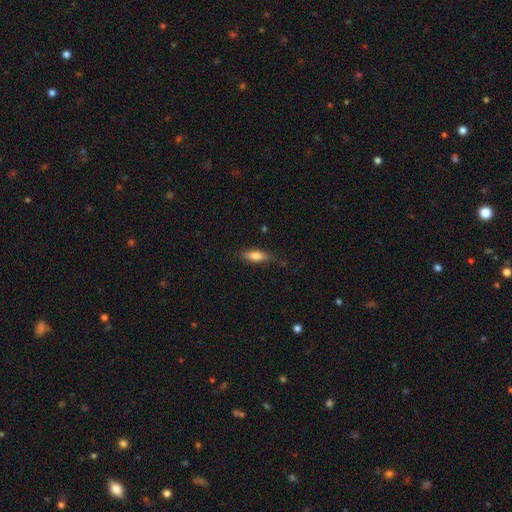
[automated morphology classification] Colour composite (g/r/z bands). It shows a smooth galaxy with no disk features (77%) that is in between round and cigar-shaped (56%). Merging: none (82%).